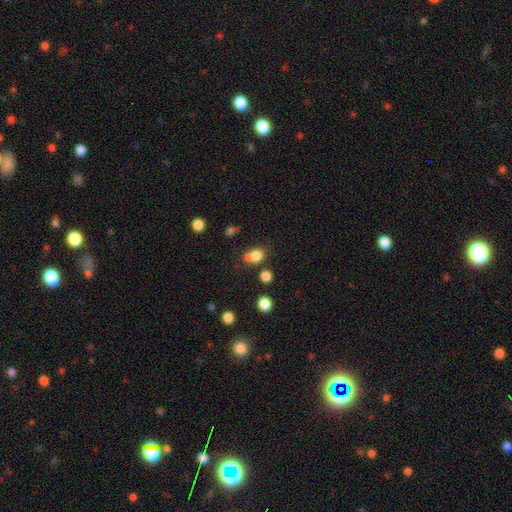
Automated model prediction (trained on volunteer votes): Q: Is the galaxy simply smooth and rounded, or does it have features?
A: smooth — 79%.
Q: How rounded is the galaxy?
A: round — 57%.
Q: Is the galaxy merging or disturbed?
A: none — 49%.